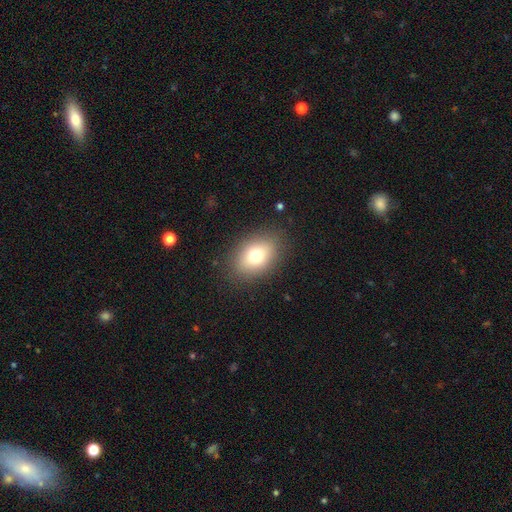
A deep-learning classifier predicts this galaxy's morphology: type=smooth (75%); roundness=in between (76%); merging=none (85%).